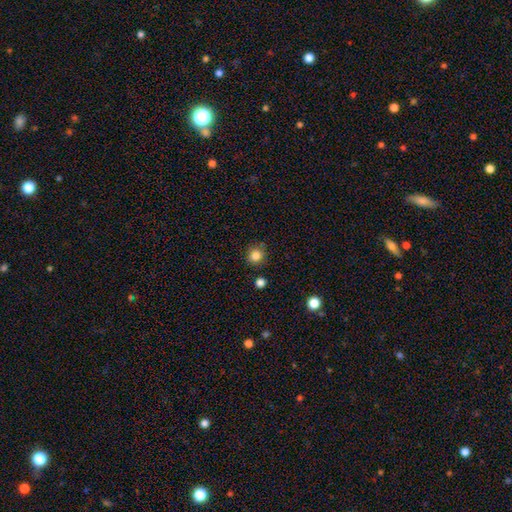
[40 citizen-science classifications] smooth-or-featured: smooth: 88% | star or artifact: 12% | featured or disk: 0%
  how-rounded: round: 97% | in between: 3% | cigar-shaped: 0%
  merging: none: 94% | minor disturbance: 3% | major disturbance: 3% | merger: 0%